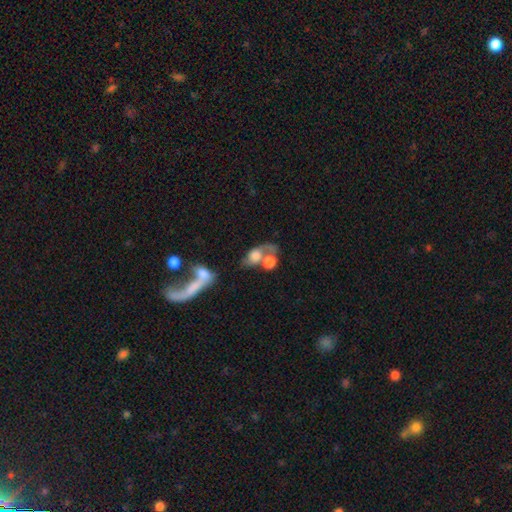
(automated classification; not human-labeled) Overall: smooth (56%; featured or disk 34%). How rounded: in between (61%; round 36%). Merging: merger (52%; none 20%).